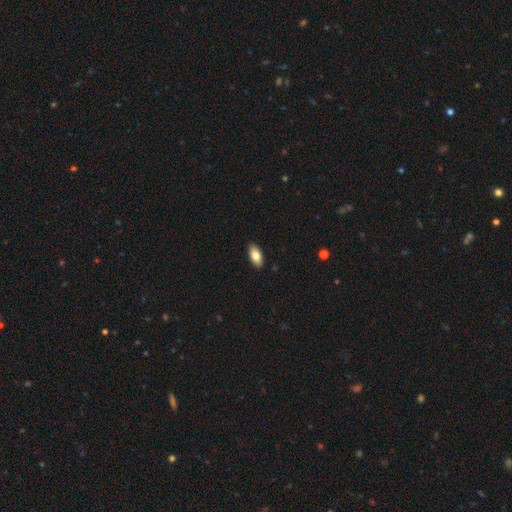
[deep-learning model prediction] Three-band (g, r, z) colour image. It shows a smooth galaxy with no disk features (81%) that is in between round and cigar-shaped (91%). Merging: none (90%).